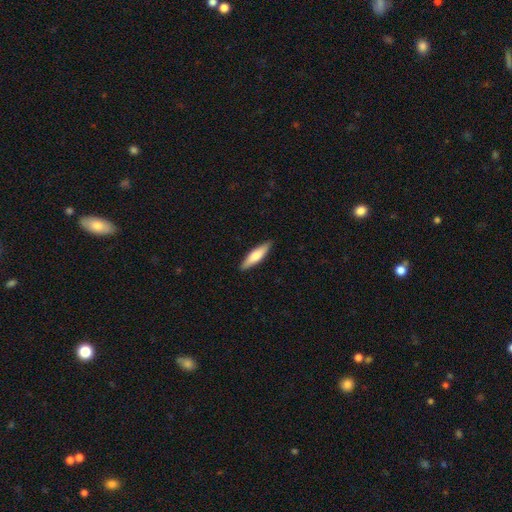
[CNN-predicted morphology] This is likely a smooth galaxy (63%). How rounded: likely cigar-shaped (73%). Merging: clearly none (90%).